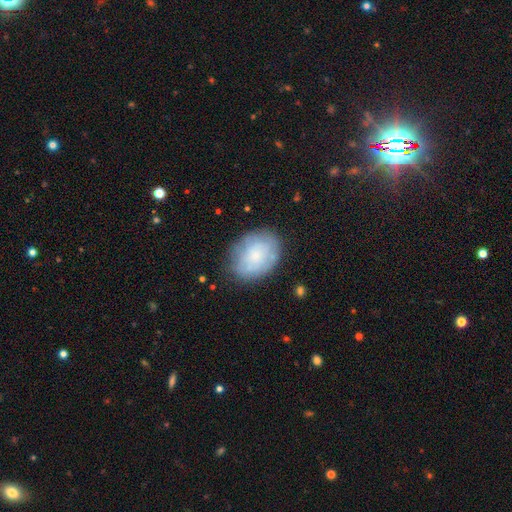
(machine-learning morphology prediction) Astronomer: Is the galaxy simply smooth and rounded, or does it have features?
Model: smooth — 54% (runner-up: featured or disk, 38%).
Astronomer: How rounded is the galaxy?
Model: in between — 68%.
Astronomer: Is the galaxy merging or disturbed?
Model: none — 73%.